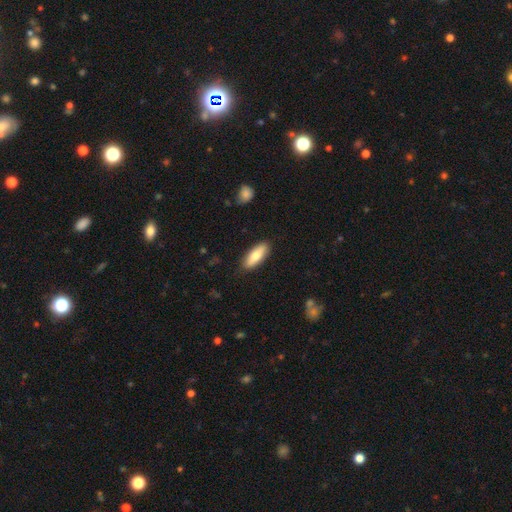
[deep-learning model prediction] Smooth or featured? smooth (77%)
How rounded? in between (69%)
Merging? none (86%)